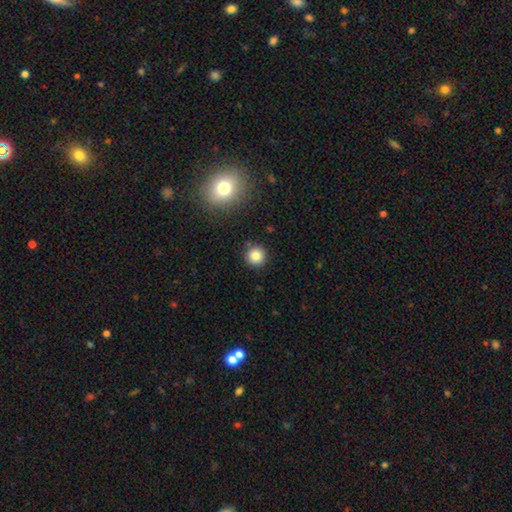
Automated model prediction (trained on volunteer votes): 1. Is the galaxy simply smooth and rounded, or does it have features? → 83% smooth, 12% star or artifact, 5% featured or disk.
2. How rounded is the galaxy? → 94% round, 5% in between, 1% cigar-shaped.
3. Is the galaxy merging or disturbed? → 89% none, 6% minor disturbance, 2% merger, 2% major disturbance.